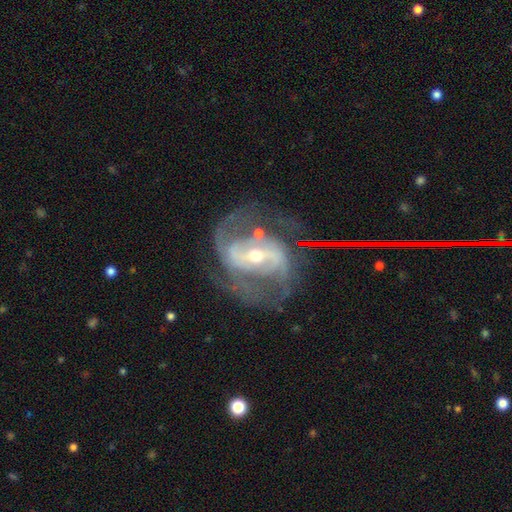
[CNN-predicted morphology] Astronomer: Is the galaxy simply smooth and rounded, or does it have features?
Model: featured or disk — 89%.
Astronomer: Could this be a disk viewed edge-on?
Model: no — 97%.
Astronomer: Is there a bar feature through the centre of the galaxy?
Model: strong — 47% (runner-up: weak, 35%).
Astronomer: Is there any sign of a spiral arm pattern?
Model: yes — 96%.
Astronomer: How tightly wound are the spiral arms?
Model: medium — 54%.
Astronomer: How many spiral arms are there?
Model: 2 — 78%.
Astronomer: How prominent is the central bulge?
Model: small — 54% (runner-up: moderate, 42%).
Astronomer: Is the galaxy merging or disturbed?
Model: none — 63%.